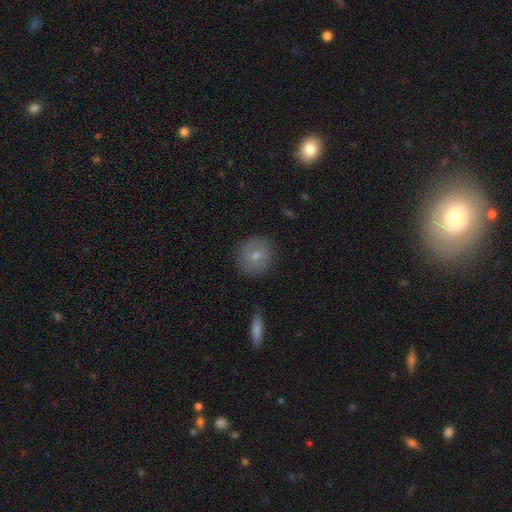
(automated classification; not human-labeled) Smooth or featured? smooth (69%)
How rounded? round (91%)
Merging? none (86%)